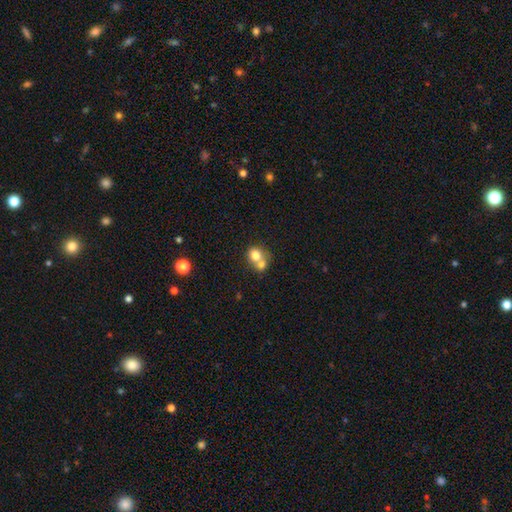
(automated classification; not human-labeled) Morphology: type=smooth (73%); roundness=round (68%); merging=merger (61%).